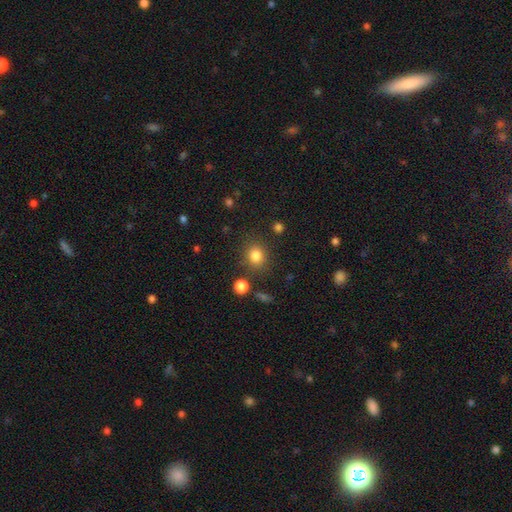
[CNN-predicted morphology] smooth-or-featured: smooth: 83% | star or artifact: 12% | featured or disk: 5%
  how-rounded: round: 76% | in between: 23% | cigar-shaped: 1%
  merging: none: 82% | minor disturbance: 10% | merger: 4% | major disturbance: 4%